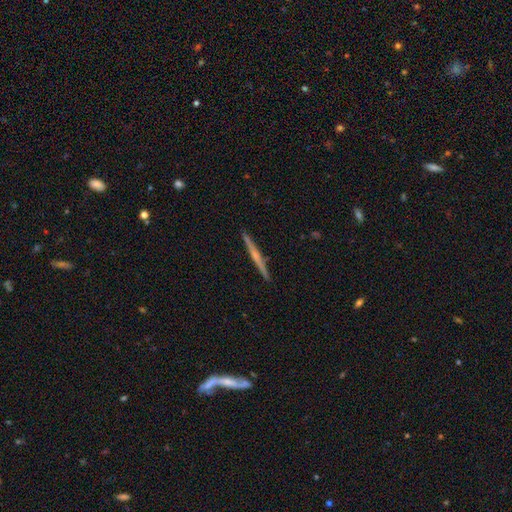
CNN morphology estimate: This appears to be a featured or disk galaxy (67%) viewed edge-on (98%) with a rounded central bulge (52%). Merging: none (92%).